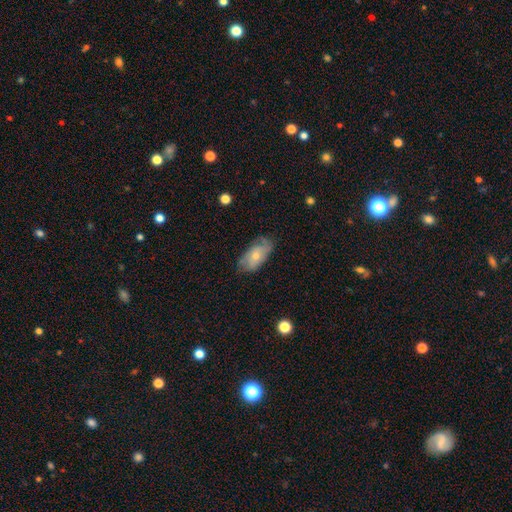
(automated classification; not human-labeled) smooth_or_featured: smooth (p=0.55) [alt: featured or disk p=0.38]
how_rounded: in between (p=0.91) [alt: cigar-shaped p=0.05]
merging: none (p=0.64) [alt: minor disturbance p=0.27]